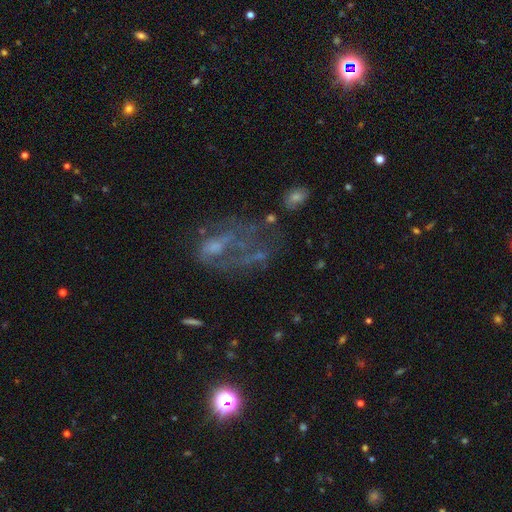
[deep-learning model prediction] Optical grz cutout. It shows a featured or disk galaxy (56%) with no bar (79%), no spiral arms (76%) and no central bulge (46%). Merging: major disturbance (45%).